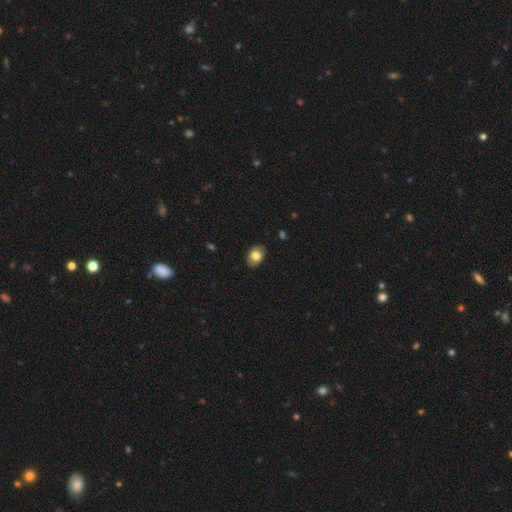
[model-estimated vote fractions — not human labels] smooth_or_featured: smooth (p=0.78) [alt: featured or disk p=0.14]
how_rounded: in between (p=0.75) [alt: round p=0.23]
merging: none (p=0.86) [alt: minor disturbance p=0.11]